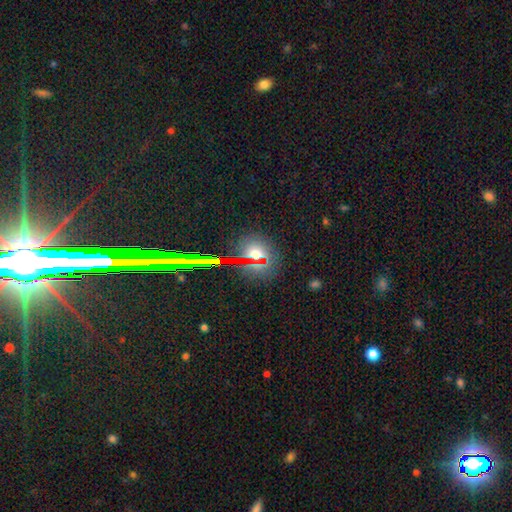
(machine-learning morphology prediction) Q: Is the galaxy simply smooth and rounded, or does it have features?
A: smooth — 56%.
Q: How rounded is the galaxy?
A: round — 73%.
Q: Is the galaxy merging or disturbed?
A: none — 82%.